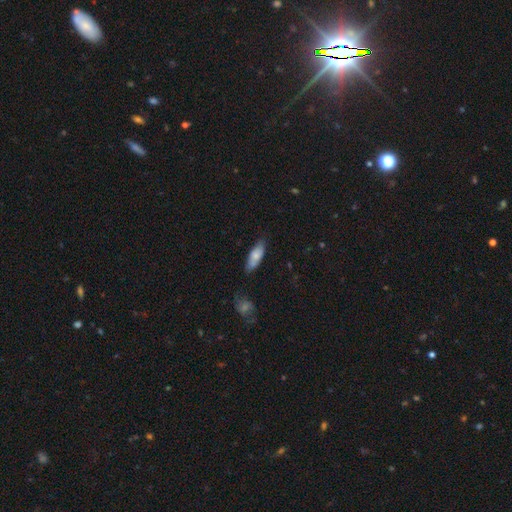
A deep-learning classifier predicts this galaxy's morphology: Overall: smooth (73%). How rounded: in between (67%; cigar-shaped 31%). Merging: none (70%).